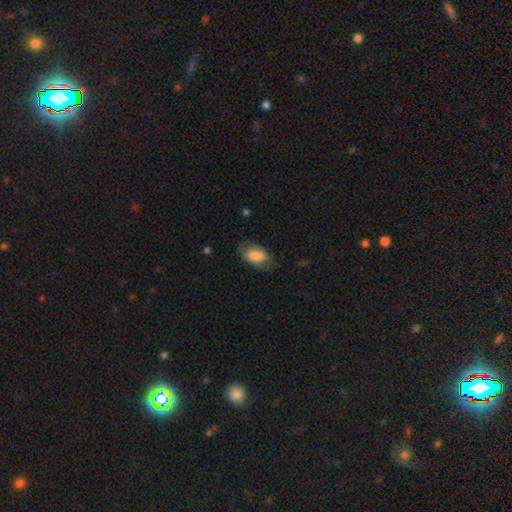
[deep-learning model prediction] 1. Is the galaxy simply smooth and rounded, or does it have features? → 80% smooth, 14% featured or disk, 6% star or artifact.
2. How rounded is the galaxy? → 92% in between, 6% round, 2% cigar-shaped.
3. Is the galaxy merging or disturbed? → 68% none, 21% minor disturbance, 10% major disturbance, 1% merger.